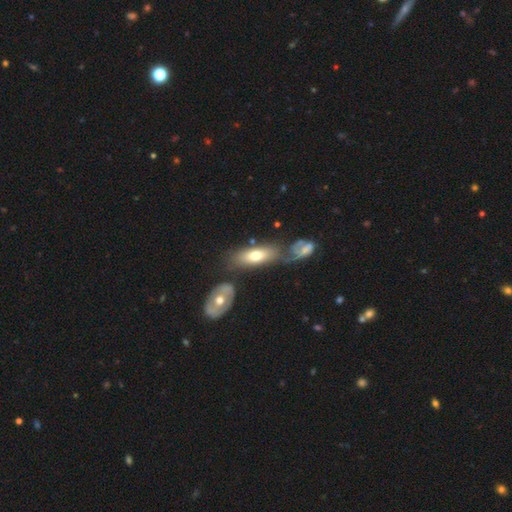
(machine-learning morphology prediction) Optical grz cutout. It shows a smooth galaxy with no disk features (59%) that is in between round and cigar-shaped (78%). Merging: none (47%).